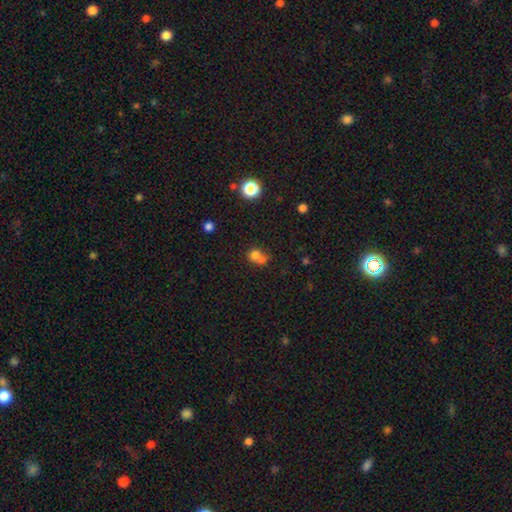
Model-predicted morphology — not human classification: This is likely a smooth galaxy (71%). How rounded: likely round (75%). Merging: possibly merger (55%).